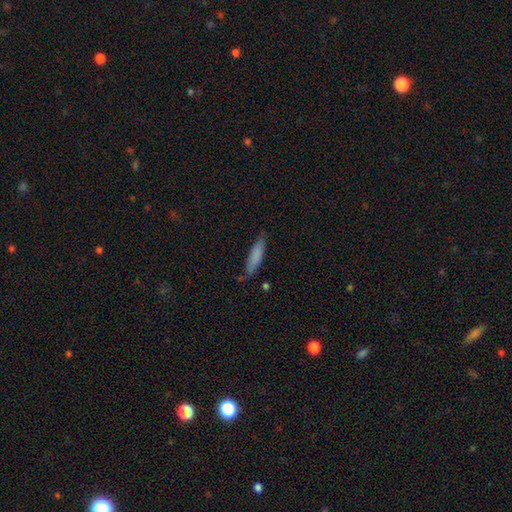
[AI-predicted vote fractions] The model was most divided on "merging": none: 69%, minor disturbance: 23%, major disturbance: 5%, merger: 3%. More confident: smooth or featured — smooth (79%); how rounded — cigar-shaped (74%).